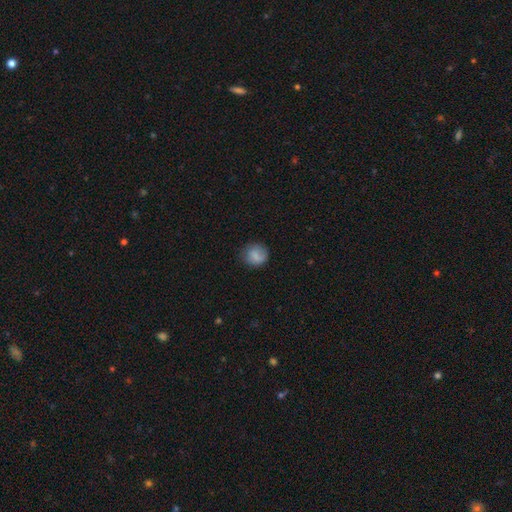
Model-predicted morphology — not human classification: Q: Smooth or featured?
A: smooth (80%); runner-up: featured or disk (12%)
Q: How rounded?
A: round (84%); runner-up: in between (15%)
Q: Merging?
A: none (74%); runner-up: minor disturbance (19%)